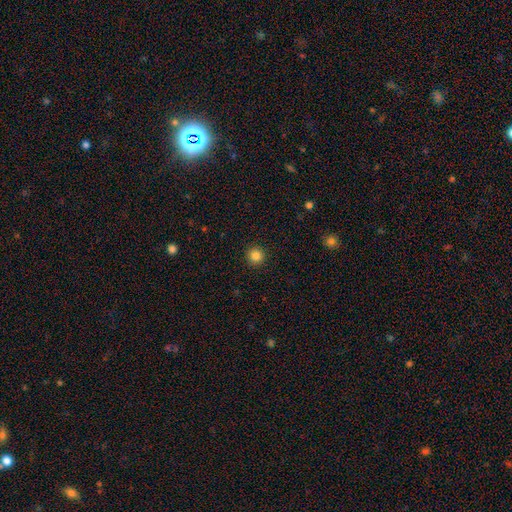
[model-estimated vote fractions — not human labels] A smooth galaxy with no disk features (85%) that is round (95%).

Vote fractions:
- Smooth or featured? smooth: 85% / star or artifact: 11% / featured or disk: 4%
- How rounded? round: 95% / in between: 4% / cigar-shaped: 1%
- Merging? none: 93% / minor disturbance: 4% / major disturbance: 2% / merger: 1%